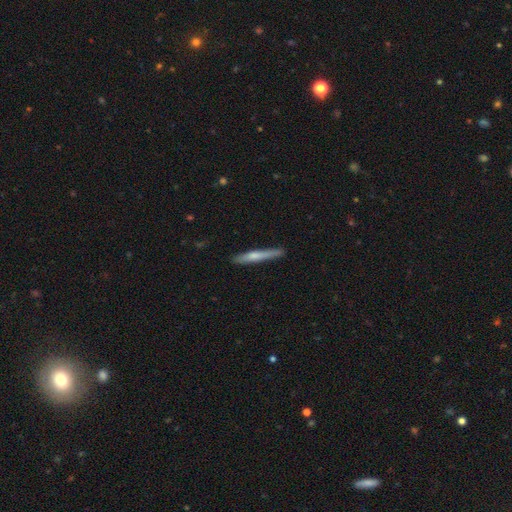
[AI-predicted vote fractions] Smooth or featured? smooth (61%)
How rounded? cigar-shaped (95%)
Merging? none (85%)